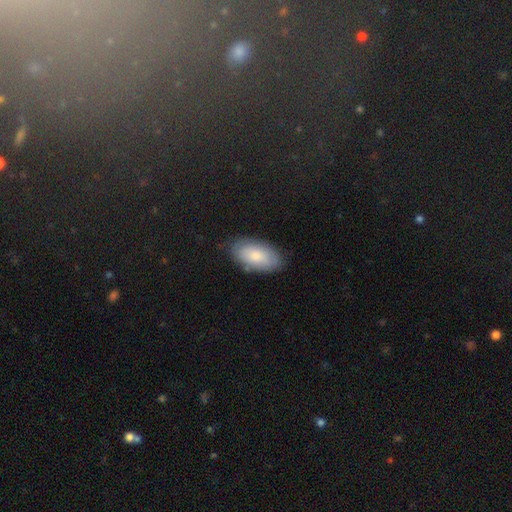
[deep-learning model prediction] Smooth or featured? Predicted: smooth (p=0.79). How rounded? Predicted: in between (p=0.95). Merging? Predicted: none (p=0.80).